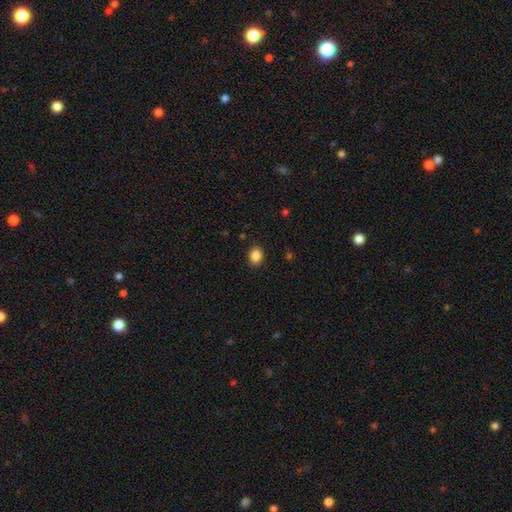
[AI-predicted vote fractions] Smooth or featured? smooth (87%)
How rounded? in between (58%)
Merging? none (89%)